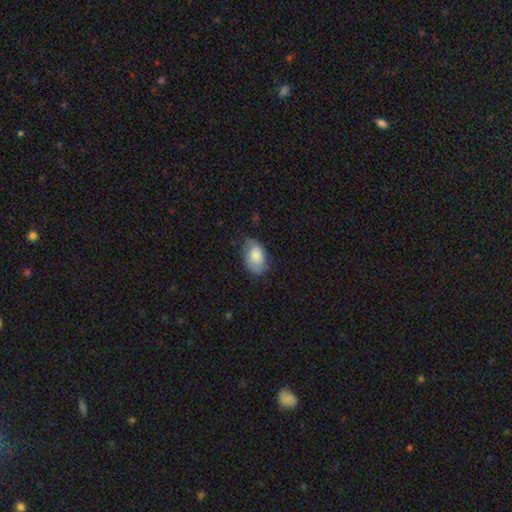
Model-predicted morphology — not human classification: This is likely a smooth galaxy (79%). How rounded: clearly in between (90%). Merging: possibly none (56%).